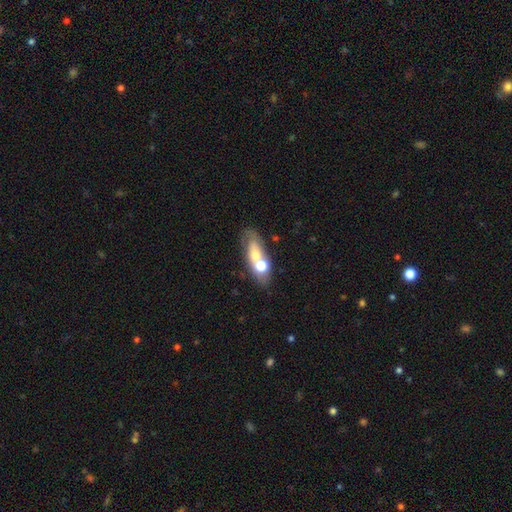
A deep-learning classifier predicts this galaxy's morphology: Overall: smooth (53%; featured or disk 38%). How rounded: in between (69%). Merging: merger (46%; none 34%).